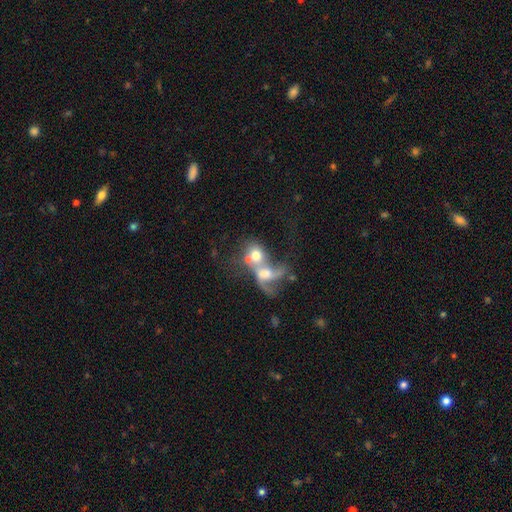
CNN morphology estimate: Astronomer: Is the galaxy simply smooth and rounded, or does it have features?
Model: smooth — 49% (runner-up: featured or disk, 39%).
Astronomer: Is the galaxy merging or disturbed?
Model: merger — 74%.